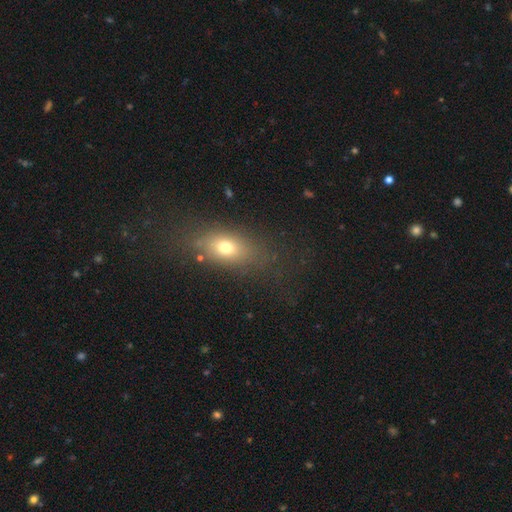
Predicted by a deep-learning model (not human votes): smooth 55%, star or artifact 23%, featured or disk 22%. Down the decision tree: how rounded — in between (62%); merging — none (78%).